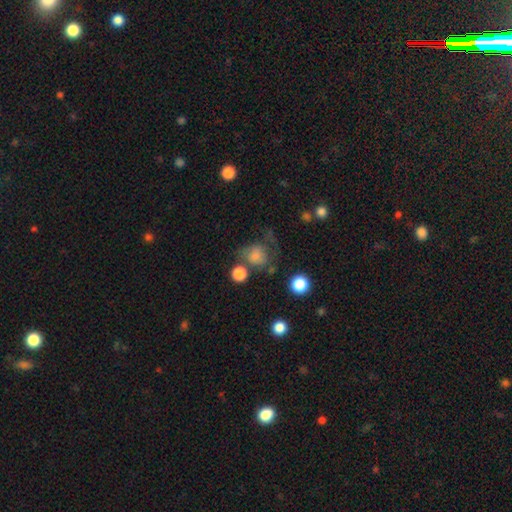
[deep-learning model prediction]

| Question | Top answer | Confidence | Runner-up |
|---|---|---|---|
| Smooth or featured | smooth | 70% | featured or disk (17%) |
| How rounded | round | 73% | in between (26%) |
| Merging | none | 42% | major disturbance (24%) |